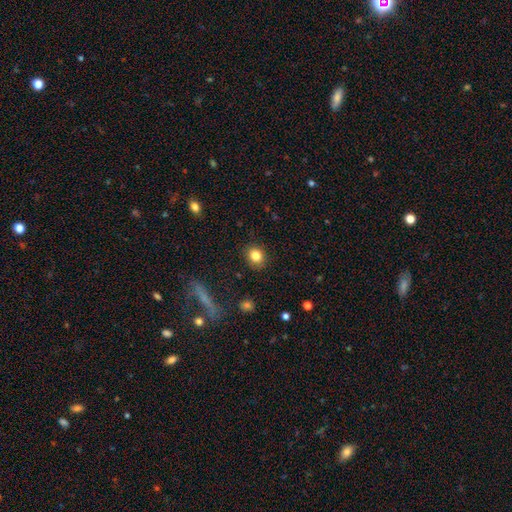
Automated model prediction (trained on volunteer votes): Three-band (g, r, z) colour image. It shows a smooth galaxy with no disk features (83%) that is round (73%). Merging: none (89%).